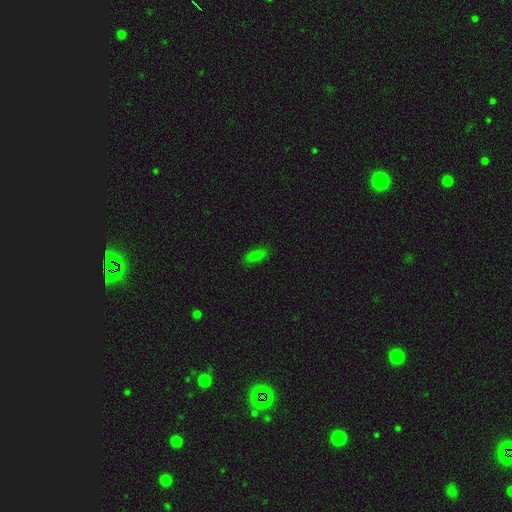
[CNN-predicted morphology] smooth_or_featured: smooth (p=0.80) [alt: star or artifact p=0.12]
how_rounded: in between (p=0.80) [alt: cigar-shaped p=0.17]
merging: none (p=0.84) [alt: minor disturbance p=0.12]